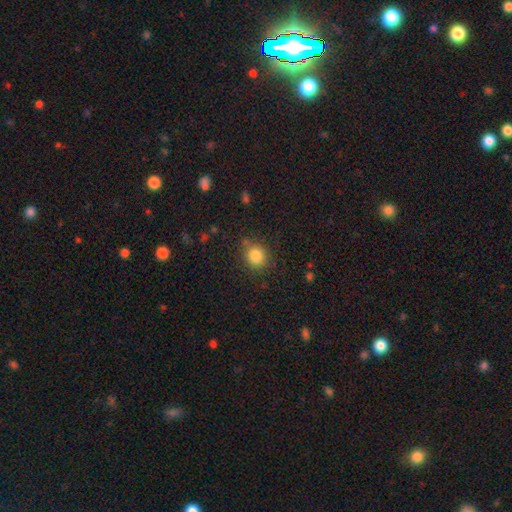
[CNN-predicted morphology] Smooth or featured? Predicted: smooth (p=0.83). How rounded? Predicted: round (p=0.82). Merging? Predicted: none (p=0.80).